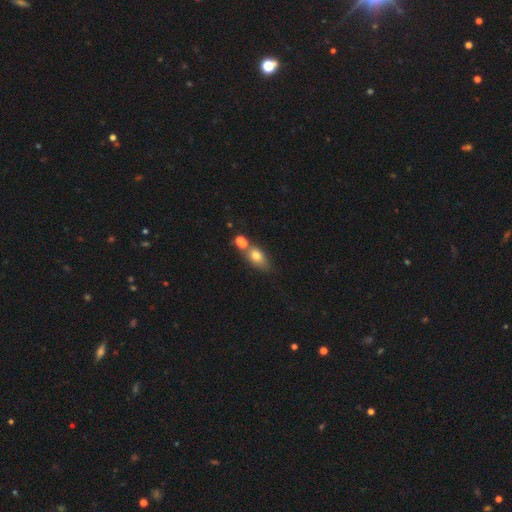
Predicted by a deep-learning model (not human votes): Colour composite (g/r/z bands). It shows a smooth galaxy with no disk features (71%) that is in between round and cigar-shaped (75%). Merging: none (49%).